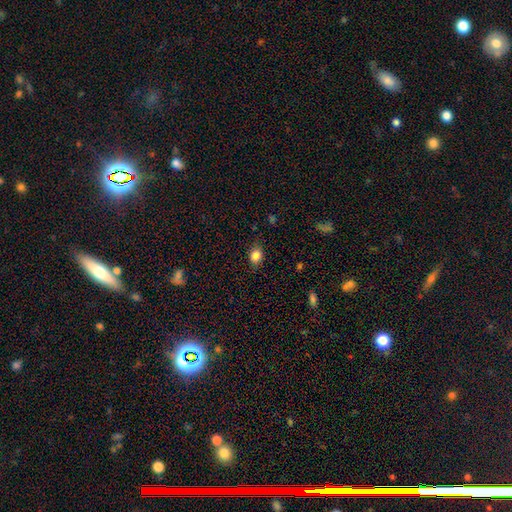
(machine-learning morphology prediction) type=smooth (84%); roundness=round (49%, tied with in between); merging=none (82%).